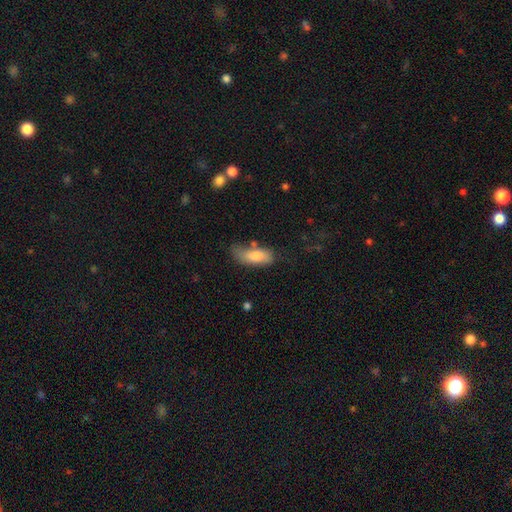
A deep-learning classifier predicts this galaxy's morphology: A smooth galaxy with no disk features (80%) that is in between round and cigar-shaped (82%).

Vote fractions:
- Smooth or featured? smooth: 80% / featured or disk: 13% / star or artifact: 7%
- How rounded? in between: 82% / cigar-shaped: 16% / round: 3%
- Merging? none: 47% / minor disturbance: 32% / major disturbance: 13% / merger: 7%